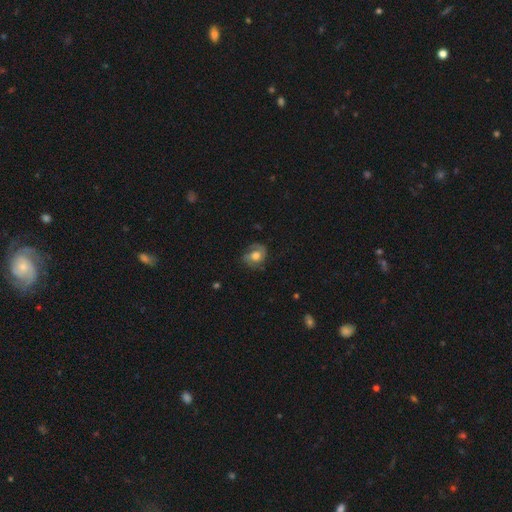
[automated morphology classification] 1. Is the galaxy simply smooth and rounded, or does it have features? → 63% featured or disk, 29% smooth, 8% star or artifact.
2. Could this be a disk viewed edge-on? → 97% no, 3% yes.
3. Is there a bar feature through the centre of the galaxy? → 69% no, 26% weak, 5% strong.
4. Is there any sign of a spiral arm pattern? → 89% yes, 11% no.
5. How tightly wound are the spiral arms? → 45% medium, 37% tight, 18% loose.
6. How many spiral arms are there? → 71% 2, 11% can't tell, 9% 1, 5% 3, 2% 4, 2% more than 4.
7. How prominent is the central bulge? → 47% moderate, 39% large, 8% small, 3% dominant, 3% none.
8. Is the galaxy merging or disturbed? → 68% none, 20% minor disturbance, 11% major disturbance, 1% merger.